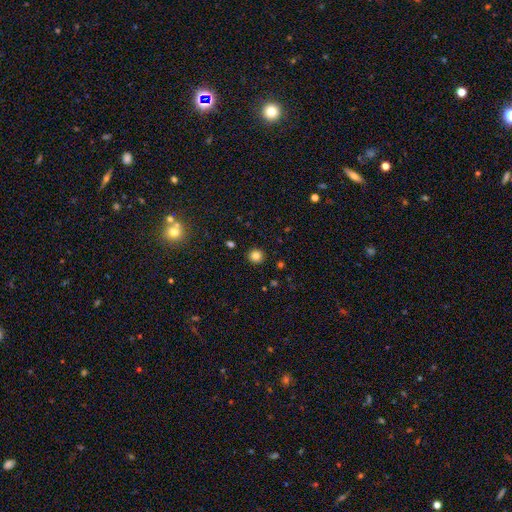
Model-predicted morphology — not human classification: type=smooth (83%); roundness=round (93%); merging=none (92%).